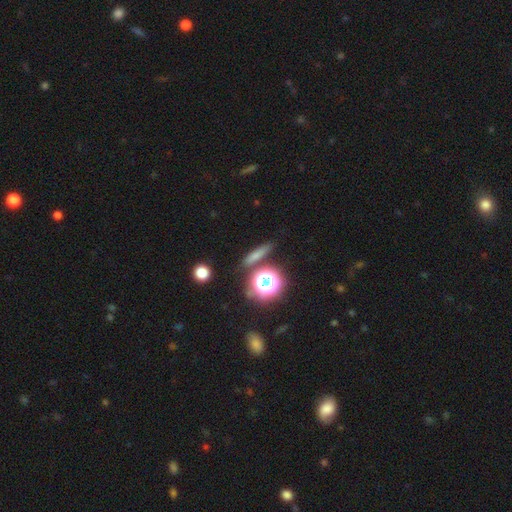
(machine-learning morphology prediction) smooth_or_featured: smooth (p=0.60) [alt: star or artifact p=0.23]
how_rounded: cigar-shaped (p=0.56) [alt: round p=0.28]
merging: none (p=0.81) [alt: minor disturbance p=0.10]